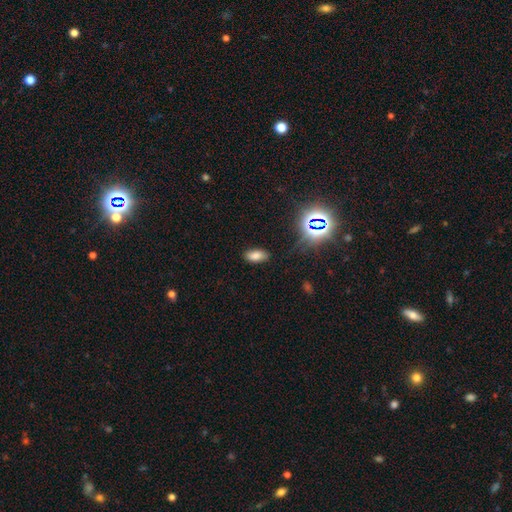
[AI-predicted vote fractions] This appears to be a smooth galaxy with no disk features (76%) that is in between round and cigar-shaped (90%). Merging: none (86%).